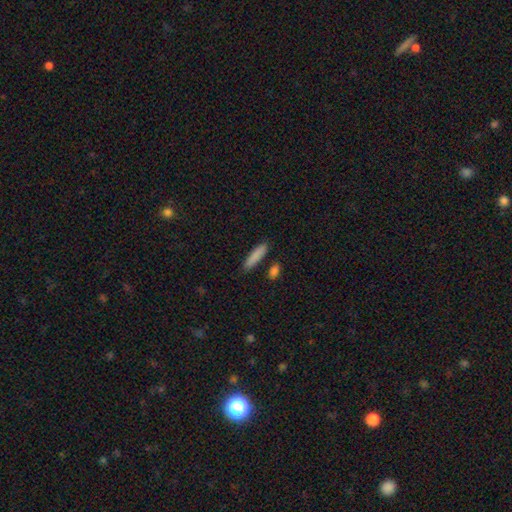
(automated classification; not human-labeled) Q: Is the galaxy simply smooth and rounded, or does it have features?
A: smooth — 86%.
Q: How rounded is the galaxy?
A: cigar-shaped — 79%.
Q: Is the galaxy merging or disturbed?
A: none — 85%.